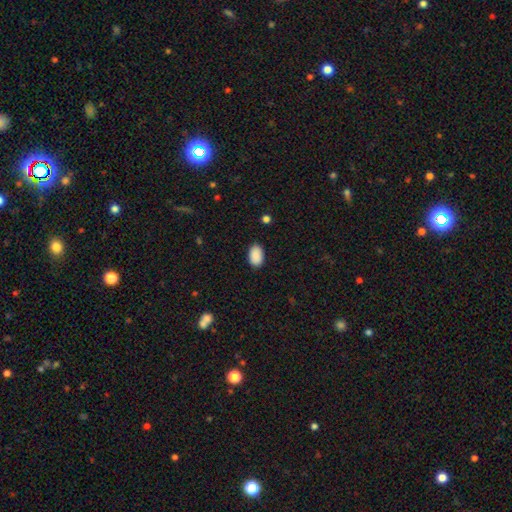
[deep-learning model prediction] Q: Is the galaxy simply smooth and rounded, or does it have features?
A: smooth — 91%.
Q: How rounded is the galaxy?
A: in between — 91%.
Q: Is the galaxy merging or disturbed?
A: none — 88%.